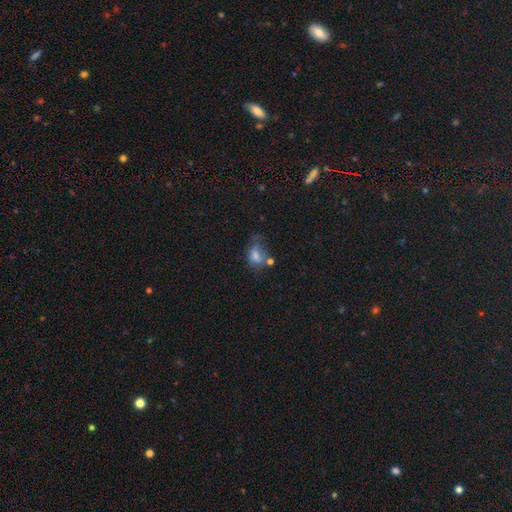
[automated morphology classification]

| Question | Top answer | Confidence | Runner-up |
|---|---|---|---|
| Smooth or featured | smooth | 60% | featured or disk (25%) |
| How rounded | in between | 71% | round (28%) |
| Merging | none | 34% | minor disturbance (27%) |